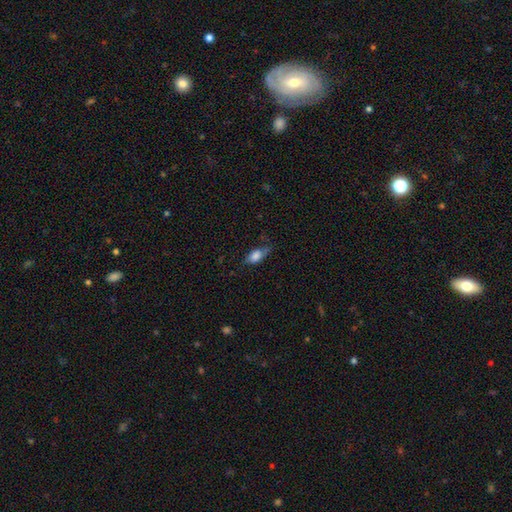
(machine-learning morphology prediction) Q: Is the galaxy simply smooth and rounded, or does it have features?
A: smooth — 79%.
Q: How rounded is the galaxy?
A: in between — 85%.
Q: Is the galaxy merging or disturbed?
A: none — 56%.